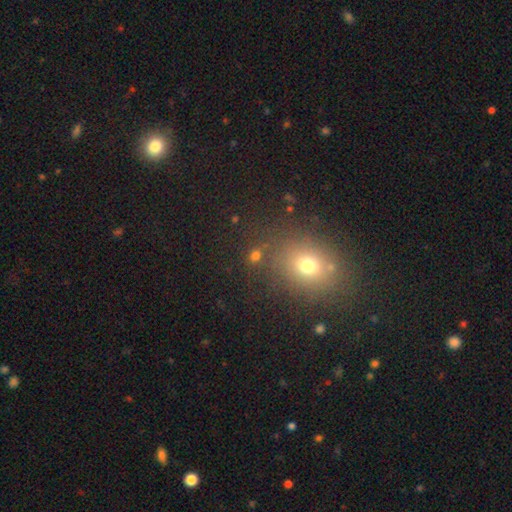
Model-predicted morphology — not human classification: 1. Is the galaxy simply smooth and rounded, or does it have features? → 66% smooth, 26% star or artifact, 8% featured or disk.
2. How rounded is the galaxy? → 70% round, 29% in between, 2% cigar-shaped.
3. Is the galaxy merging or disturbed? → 73% none, 12% merger, 9% minor disturbance, 6% major disturbance.